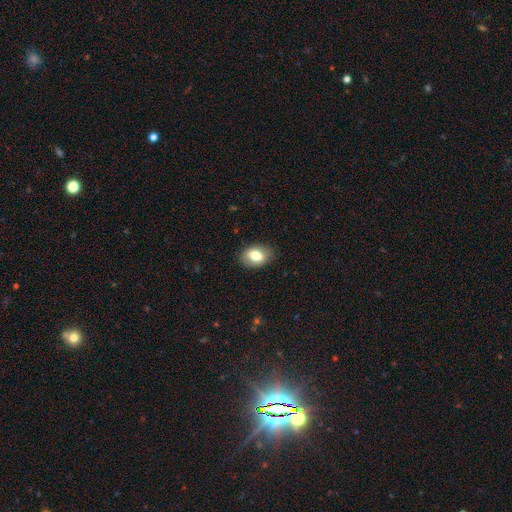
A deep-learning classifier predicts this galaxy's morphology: A smooth galaxy with no disk features (76%) that is in between round and cigar-shaped (81%).

Vote fractions:
- Smooth or featured? smooth: 76% / featured or disk: 15% / star or artifact: 8%
- How rounded? in between: 81% / round: 18% / cigar-shaped: 1%
- Merging? none: 85% / minor disturbance: 11% / major disturbance: 3% / merger: 1%